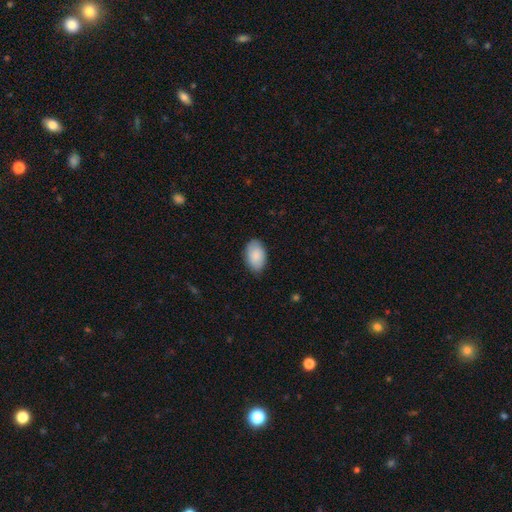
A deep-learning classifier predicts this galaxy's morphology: Smooth or featured: smooth — 87% (featured or disk — 7%)
How rounded: in between — 93% (round — 6%)
Merging: none — 82% (minor disturbance — 14%)